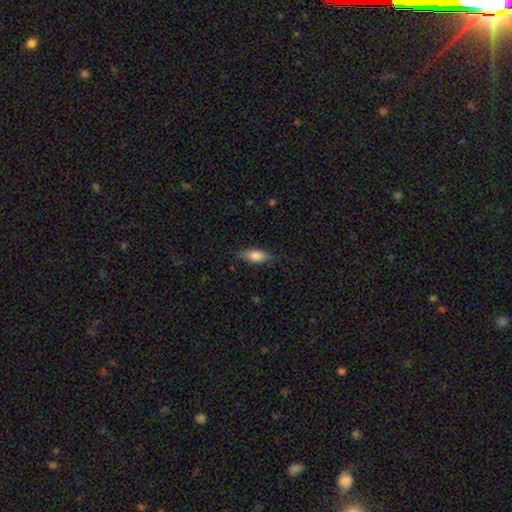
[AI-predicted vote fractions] This appears to be a smooth galaxy with no disk features (78%) that is in between round and cigar-shaped (74%). Merging: none (80%).